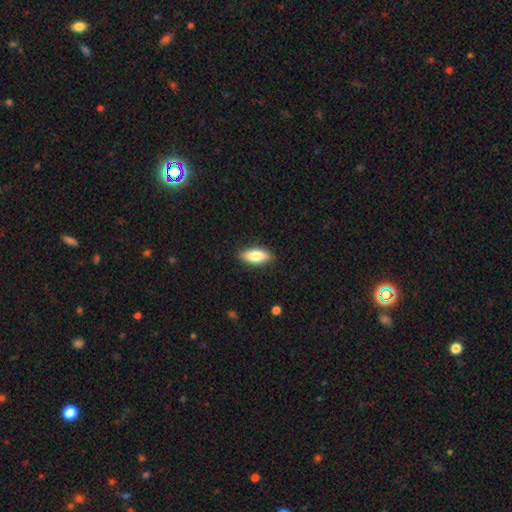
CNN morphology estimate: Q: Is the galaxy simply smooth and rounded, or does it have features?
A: smooth — 79%.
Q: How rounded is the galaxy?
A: in between — 82%.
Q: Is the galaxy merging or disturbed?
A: none — 88%.